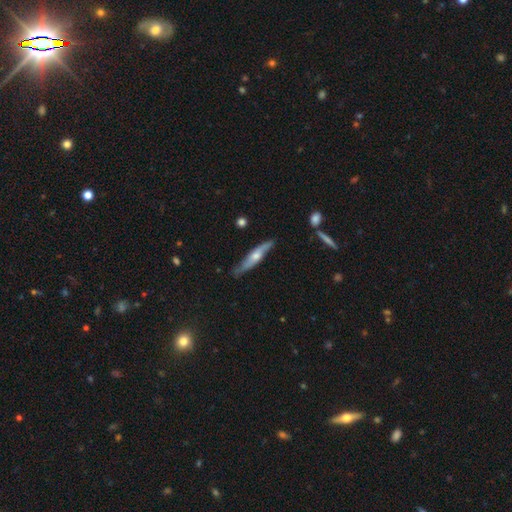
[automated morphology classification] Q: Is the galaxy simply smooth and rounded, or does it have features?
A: featured or disk — 59%.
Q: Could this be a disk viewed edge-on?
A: yes — 76%.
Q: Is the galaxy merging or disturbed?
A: none — 74%.